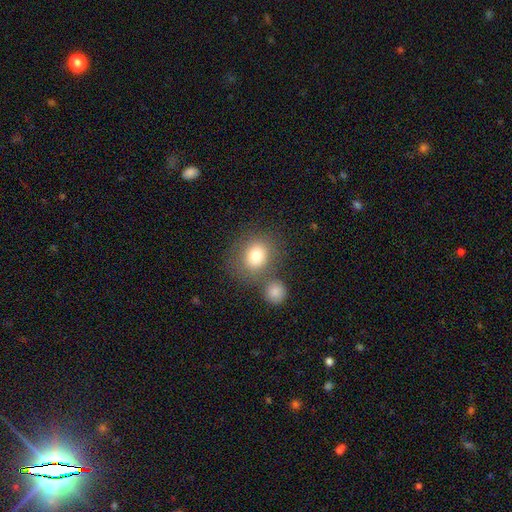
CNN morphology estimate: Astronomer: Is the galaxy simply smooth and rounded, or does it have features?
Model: smooth — 80%.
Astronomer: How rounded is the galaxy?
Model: round — 71%.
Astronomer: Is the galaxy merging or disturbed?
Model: none — 62%.